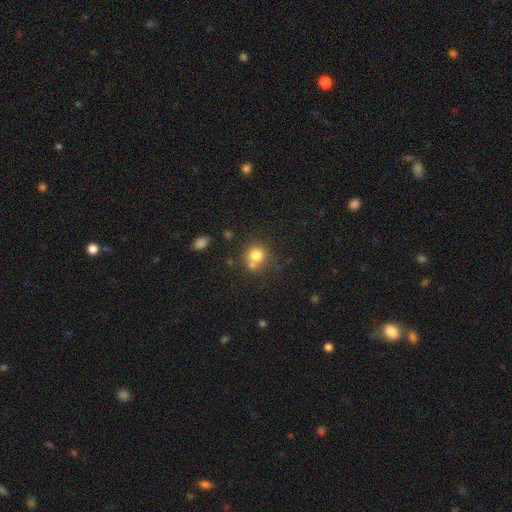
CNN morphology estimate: Overall: smooth (78%). How rounded: round (86%). Merging: none (53%; merger 29%).